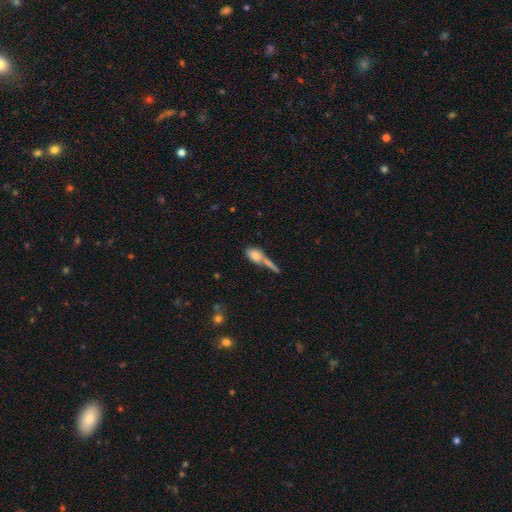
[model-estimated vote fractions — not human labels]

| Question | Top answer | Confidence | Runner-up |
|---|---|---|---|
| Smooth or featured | smooth | 73% | featured or disk (18%) |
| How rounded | in between | 72% | cigar-shaped (17%) |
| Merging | merger | 43% | none (36%) |